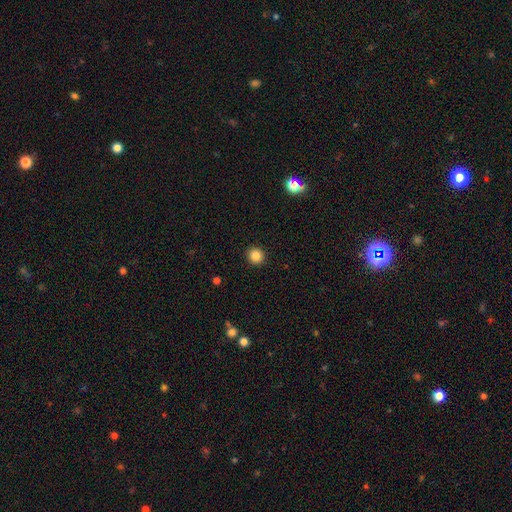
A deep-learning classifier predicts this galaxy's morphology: smooth-or-featured: smooth: 85% | star or artifact: 11% | featured or disk: 4%
  how-rounded: round: 93% | in between: 6% | cigar-shaped: 1%
  merging: none: 93% | minor disturbance: 4% | major disturbance: 2% | merger: 1%